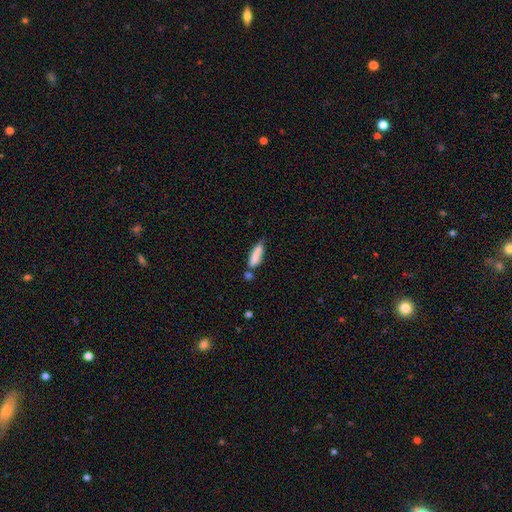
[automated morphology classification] Overall: smooth (81%). How rounded: cigar-shaped (59%; in between 39%). Merging: none (47%; minor disturbance 26%).